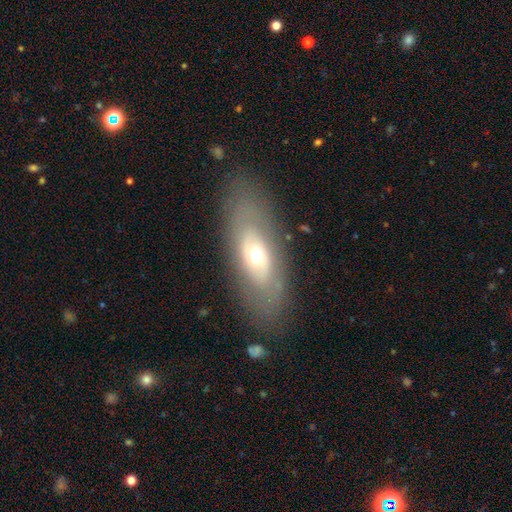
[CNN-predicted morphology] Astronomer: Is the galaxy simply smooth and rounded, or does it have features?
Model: featured or disk — 50% (runner-up: smooth, 42%).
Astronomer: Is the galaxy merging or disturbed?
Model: none — 81%.